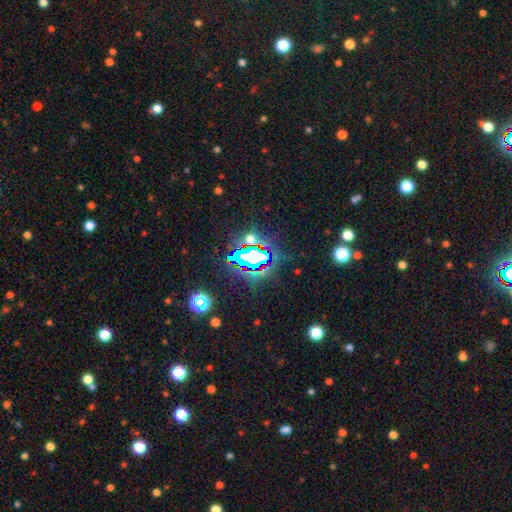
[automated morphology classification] star or artifact 83%, smooth 10%, featured or disk 7%.